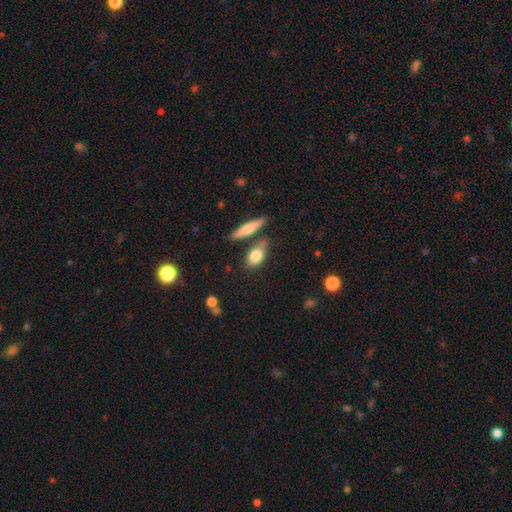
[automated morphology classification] smooth 79%, featured or disk 15%, star or artifact 7%. Down the decision tree: how rounded — in between (72%); merging — none (59%).